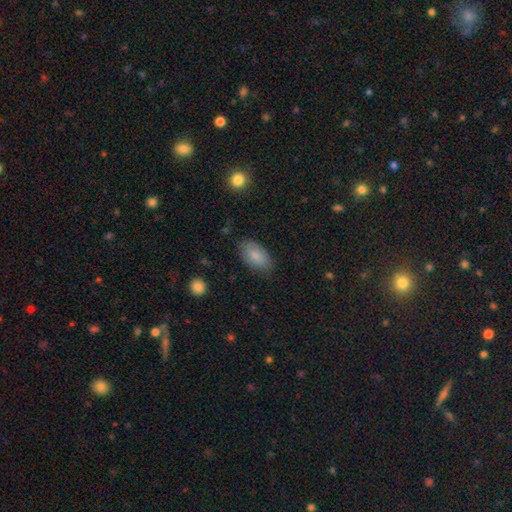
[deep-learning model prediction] This is clearly a smooth galaxy (84%). How rounded: clearly in between (94%). Merging: likely none (77%).